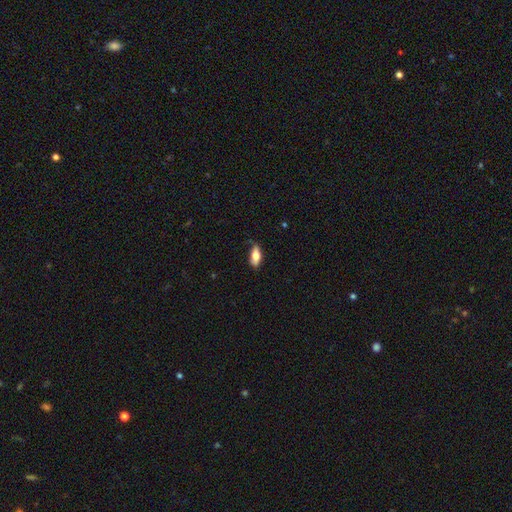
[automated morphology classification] The model was most divided on "smooth or featured": smooth: 70%, featured or disk: 24%, star or artifact: 6%. More confident: how rounded — in between (81%); merging — none (77%).